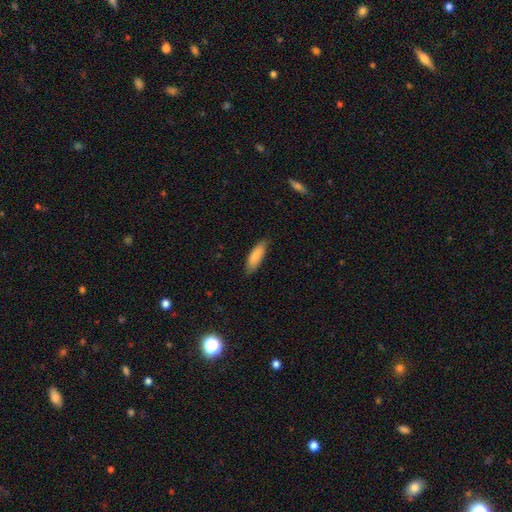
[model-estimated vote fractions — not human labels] This is clearly a smooth galaxy (85%). How rounded: possibly in between (55%). Merging: clearly none (81%).